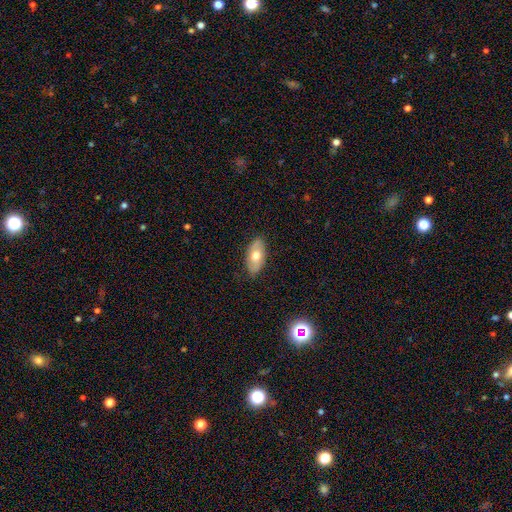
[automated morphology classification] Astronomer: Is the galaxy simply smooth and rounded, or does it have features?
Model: smooth — 63%.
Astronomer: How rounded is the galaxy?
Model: in between — 92%.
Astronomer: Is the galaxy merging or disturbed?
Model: none — 85%.